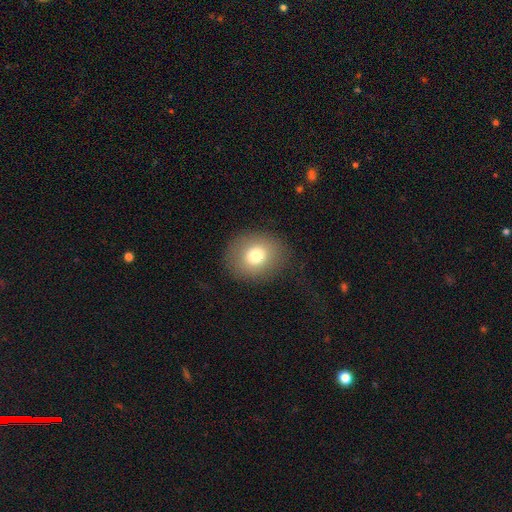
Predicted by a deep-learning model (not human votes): A smooth galaxy with no disk features (75%) that is round (71%). Merging: none (86%).